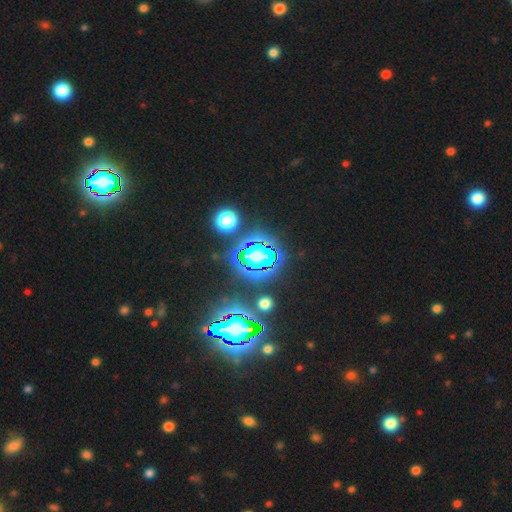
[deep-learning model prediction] Overall: star or artifact (60%; smooth 24%).